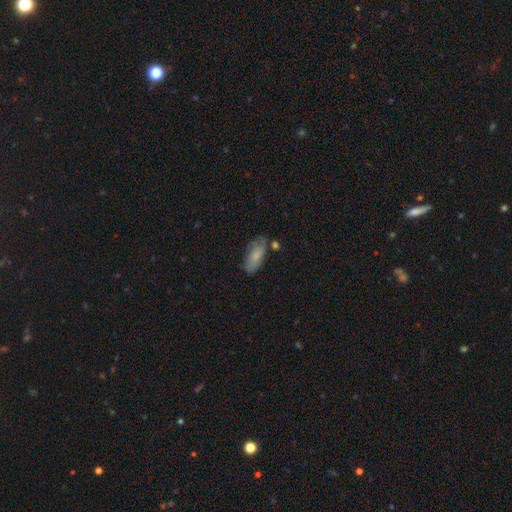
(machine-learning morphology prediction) This is likely a smooth galaxy (74%). How rounded: clearly in between (84%). Merging: possibly none (59%).